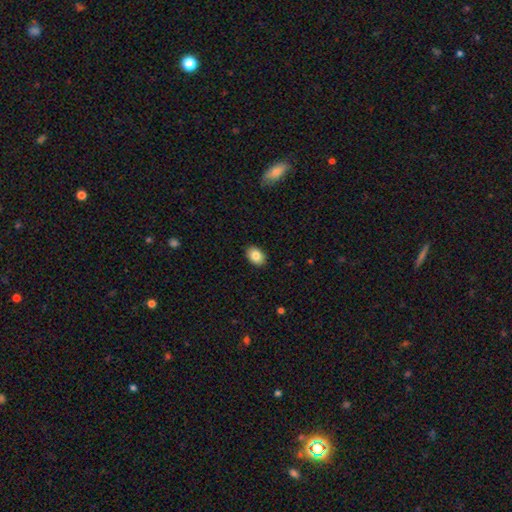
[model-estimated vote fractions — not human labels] A smooth galaxy with no disk features (85%) that is in between round and cigar-shaped (81%).

Vote fractions:
- Smooth or featured? smooth: 85% / star or artifact: 8% / featured or disk: 8%
- How rounded? in between: 81% / round: 18% / cigar-shaped: 1%
- Merging? none: 90% / minor disturbance: 8% / major disturbance: 2% / merger: 1%